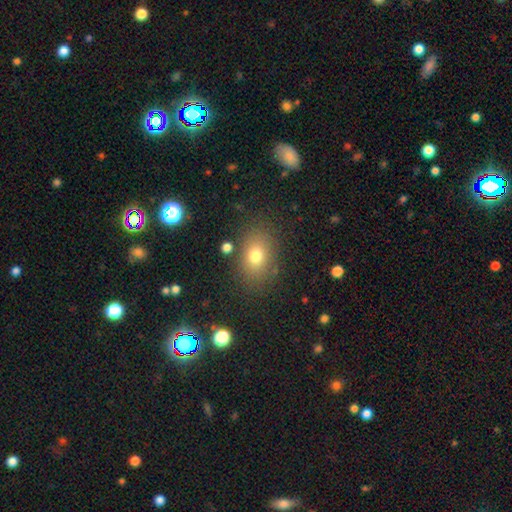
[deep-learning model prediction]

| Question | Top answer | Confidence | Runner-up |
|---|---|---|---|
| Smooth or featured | smooth | 75% | star or artifact (13%) |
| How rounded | in between | 68% | round (31%) |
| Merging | none | 80% | minor disturbance (12%) |